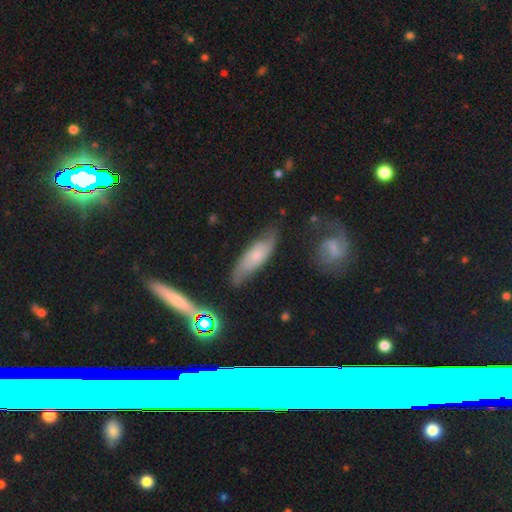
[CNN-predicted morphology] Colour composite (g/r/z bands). It shows a smooth galaxy with no disk features (49%). Merging: none (64%).